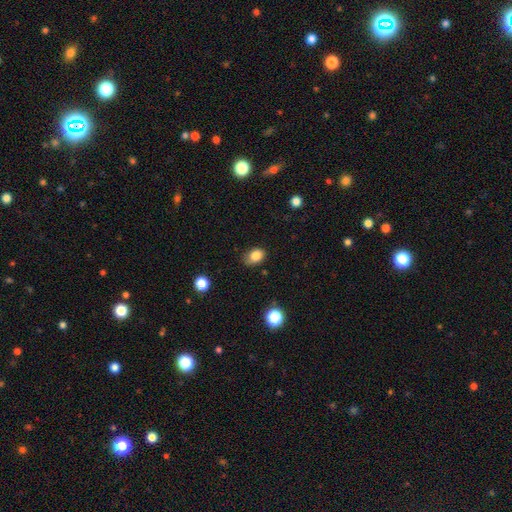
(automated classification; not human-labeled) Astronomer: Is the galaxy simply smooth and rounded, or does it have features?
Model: smooth — 84%.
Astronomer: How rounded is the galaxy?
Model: in between — 69%.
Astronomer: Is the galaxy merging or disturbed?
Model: none — 69%.